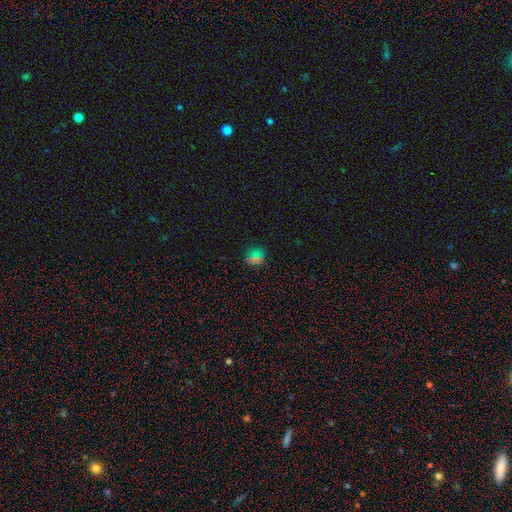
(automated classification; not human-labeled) The model was most divided on "smooth or featured": smooth: 62%, star or artifact: 31%, featured or disk: 7%. More confident: merging — none (85%); how rounded — round (80%).